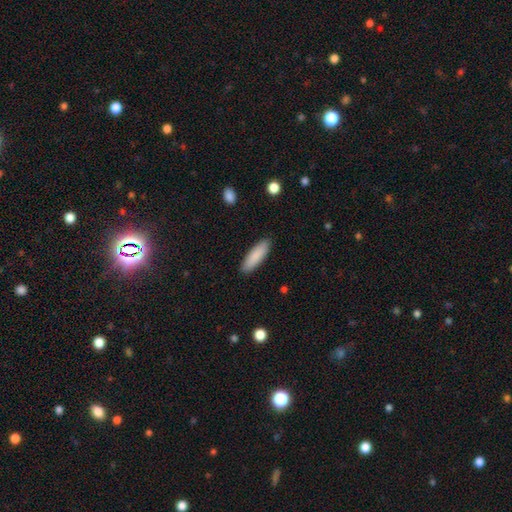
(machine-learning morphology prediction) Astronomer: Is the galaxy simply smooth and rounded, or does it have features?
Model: smooth — 88%.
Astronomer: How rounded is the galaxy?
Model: cigar-shaped — 56% (runner-up: in between, 42%).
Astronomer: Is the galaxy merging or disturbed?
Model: none — 89%.